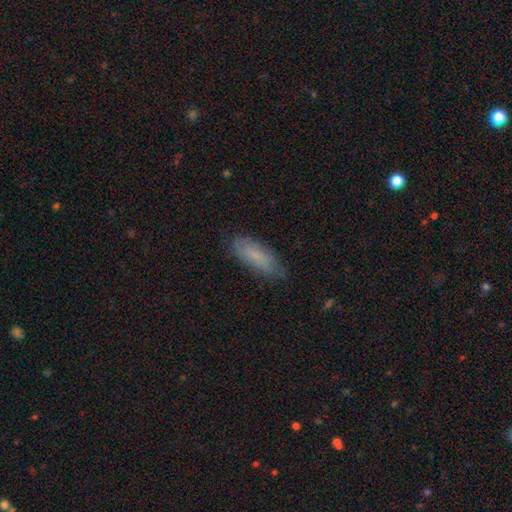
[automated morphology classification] Q: Smooth or featured?
A: smooth (71%); runner-up: featured or disk (21%)
Q: How rounded?
A: in between (65%); runner-up: cigar-shaped (34%)
Q: Merging?
A: none (79%); runner-up: minor disturbance (16%)